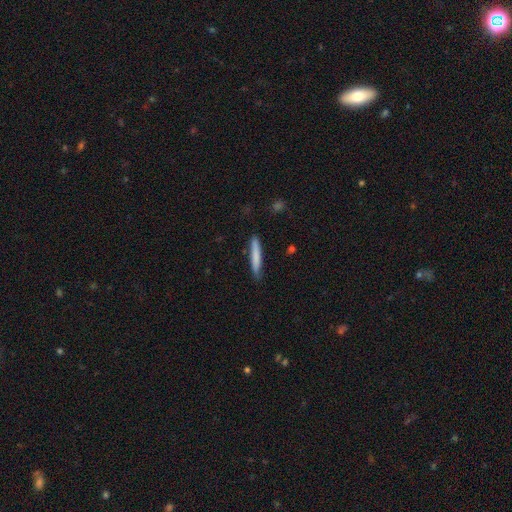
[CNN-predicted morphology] This is likely a smooth galaxy (78%). How rounded: clearly cigar-shaped (94%). Merging: clearly none (85%).